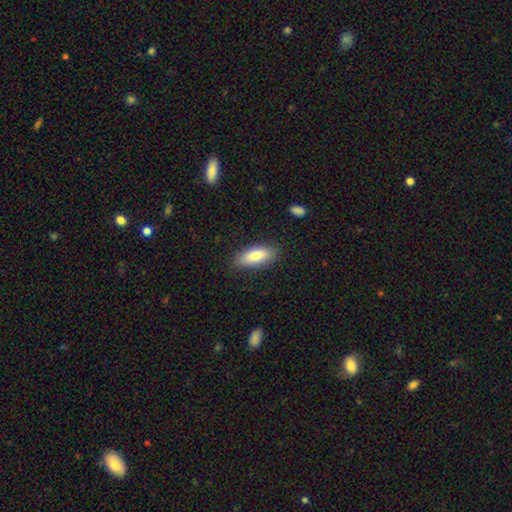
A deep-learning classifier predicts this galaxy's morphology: Smooth or featured: smooth — 80% (featured or disk — 14%)
How rounded: in between — 75% (cigar-shaped — 23%)
Merging: none — 85% (minor disturbance — 11%)